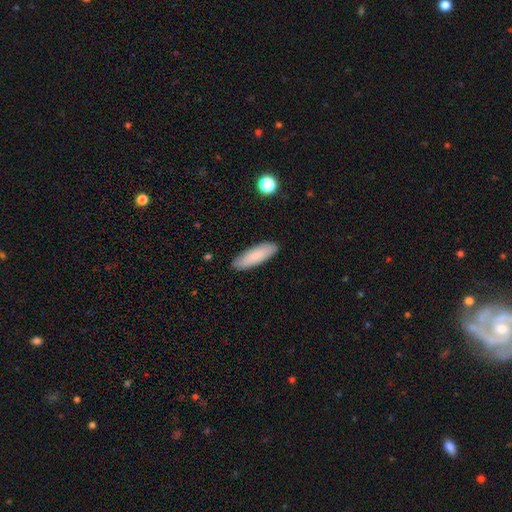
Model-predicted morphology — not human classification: Smooth or featured? smooth (85%)
How rounded? cigar-shaped (52%)
Merging? none (88%)